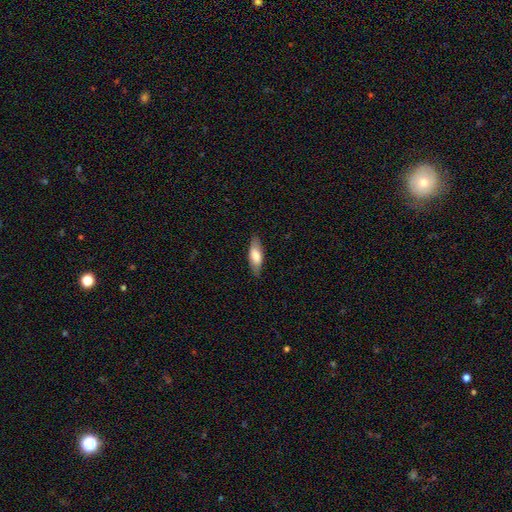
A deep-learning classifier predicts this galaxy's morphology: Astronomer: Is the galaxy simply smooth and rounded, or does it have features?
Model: smooth — 71%.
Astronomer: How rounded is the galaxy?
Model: in between — 65%.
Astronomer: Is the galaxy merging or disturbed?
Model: none — 83%.